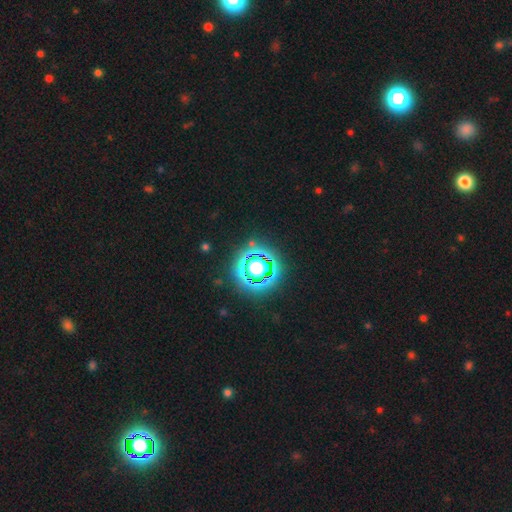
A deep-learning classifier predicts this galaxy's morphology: type=star or artifact (81%).